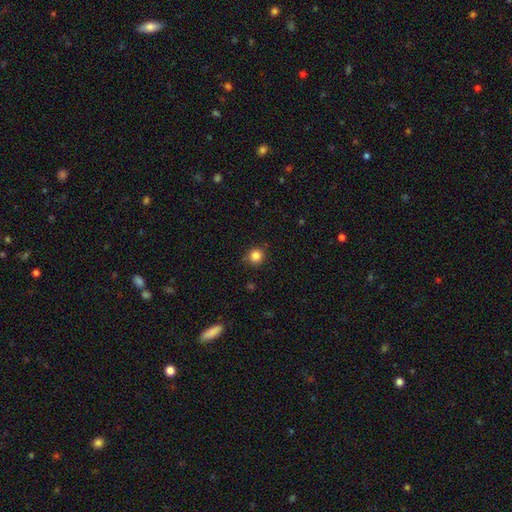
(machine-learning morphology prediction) type=smooth (84%); roundness=round (90%); merging=none (79%).